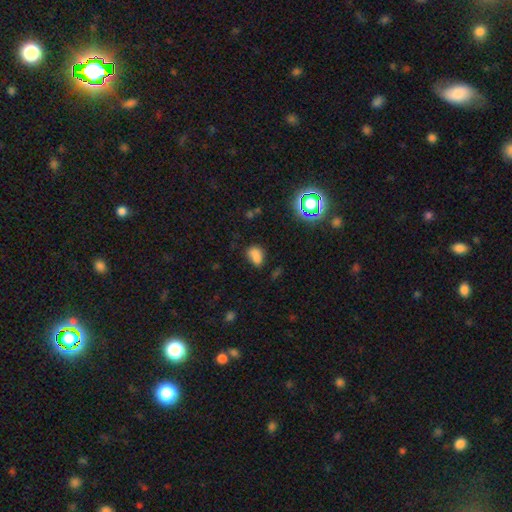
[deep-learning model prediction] smooth_or_featured: smooth (p=0.75) [alt: star or artifact p=0.17]
how_rounded: in between (p=0.79) [alt: round p=0.19]
merging: none (p=0.55) [alt: minor disturbance p=0.24]